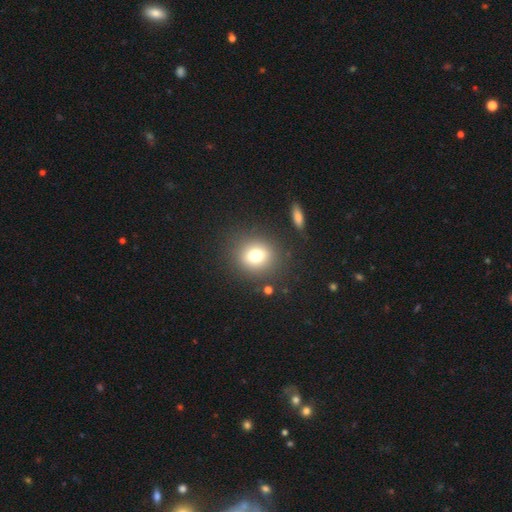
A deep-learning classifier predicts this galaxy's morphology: type=smooth (73%); roundness=round (78%); merging=none (86%).